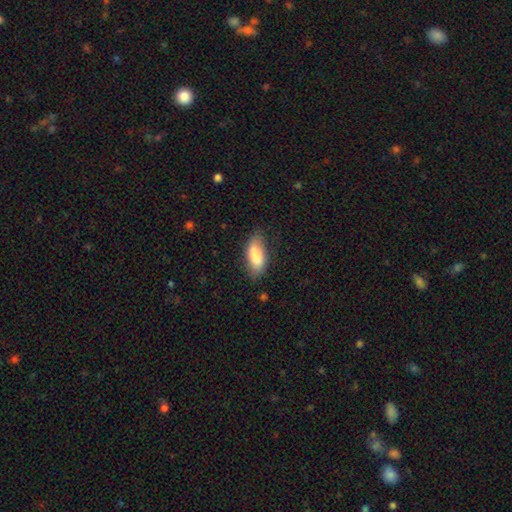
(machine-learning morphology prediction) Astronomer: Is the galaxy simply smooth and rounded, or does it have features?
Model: smooth — 83%.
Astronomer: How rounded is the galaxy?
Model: in between — 82%.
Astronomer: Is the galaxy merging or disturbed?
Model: none — 71%.